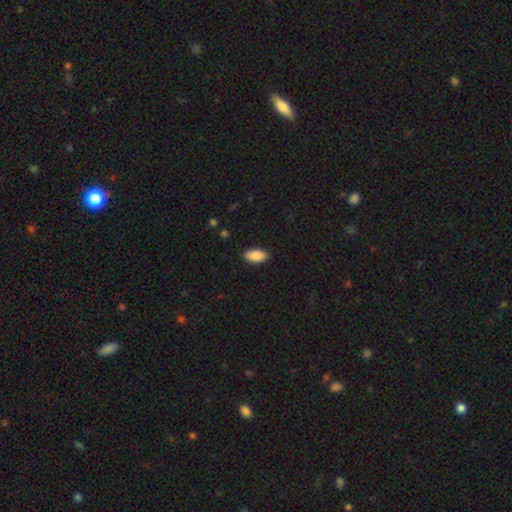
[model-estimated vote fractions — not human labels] Smooth or featured? Predicted: smooth (p=0.89). How rounded? Predicted: in between (p=0.94). Merging? Predicted: none (p=0.89).